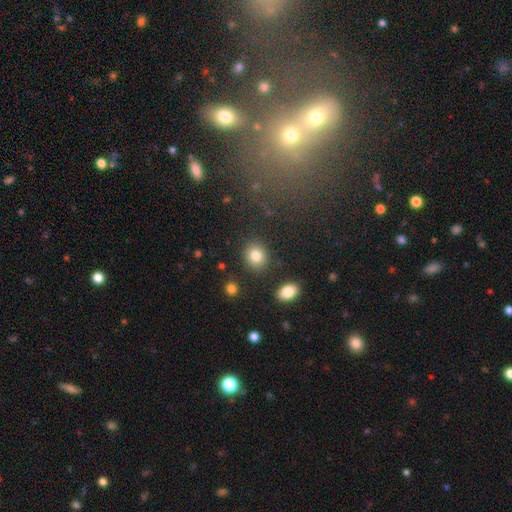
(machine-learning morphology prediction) smooth_or_featured: smooth (p=0.82) [alt: star or artifact p=0.10]
how_rounded: round (p=0.67) [alt: in between p=0.32]
merging: none (p=0.86) [alt: minor disturbance p=0.08]